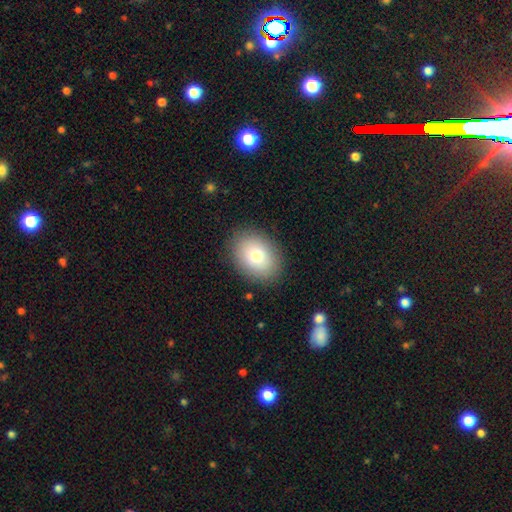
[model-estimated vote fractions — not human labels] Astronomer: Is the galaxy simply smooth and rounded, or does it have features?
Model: smooth — 76%.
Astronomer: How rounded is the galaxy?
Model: in between — 65%.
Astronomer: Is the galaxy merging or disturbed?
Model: none — 87%.